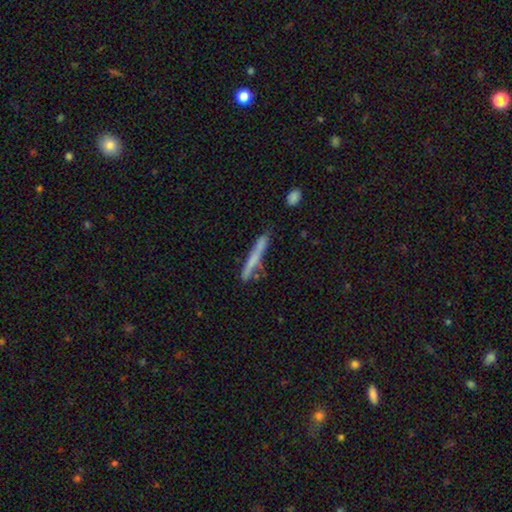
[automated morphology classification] smooth 62%, featured or disk 31%, star or artifact 7%. Down the decision tree: how rounded — cigar-shaped (95%); merging — none (73%).